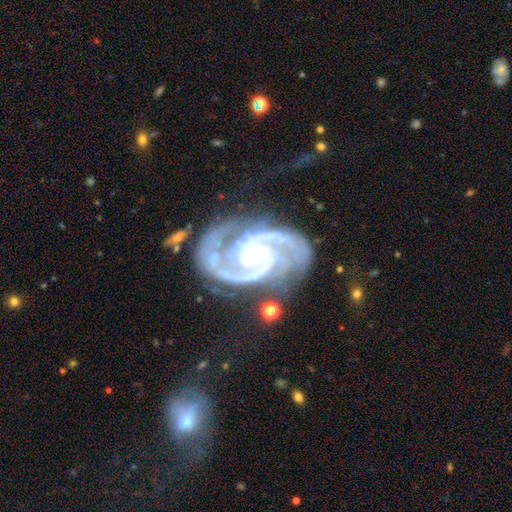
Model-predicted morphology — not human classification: Smooth or featured?
  - featured or disk: 93% *
  - star or artifact: 5%
  - smooth: 3%
Edge-on disk?
  - no: 98% *
  - yes: 2%
Bar?
  - no: 40% *
  - weak: 39%
  - strong: 21%
Spiral arms?
  - yes: 99% *
  - no: 1%
Spiral winding?
  - tight: 49% *
  - medium: 44%
  - loose: 7%
Spiral arm count?
  - 2: 61% *
  - 3: 20%
  - can't tell: 6%
  - 4: 5%
  - 1: 4%
  - more than 4: 4%
Bulge size?
  - small: 57% *
  - moderate: 39%
  - large: 2%
  - none: 1%
  - dominant: 1%
Merging?
  - none: 65% *
  - minor disturbance: 21%
  - major disturbance: 11%
  - merger: 3%